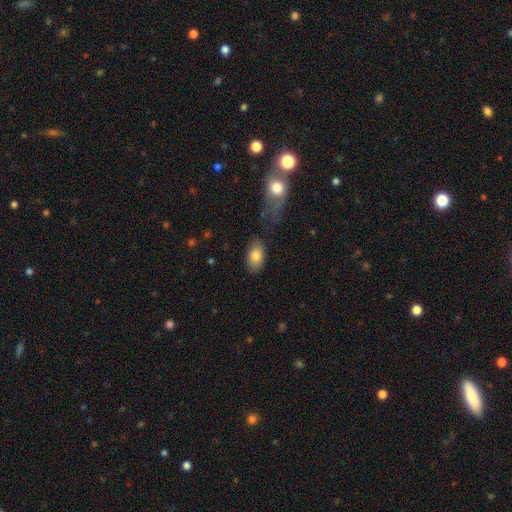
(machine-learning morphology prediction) This appears to be a smooth galaxy with no disk features (80%) that is in between round and cigar-shaped (91%). Merging: none (79%).